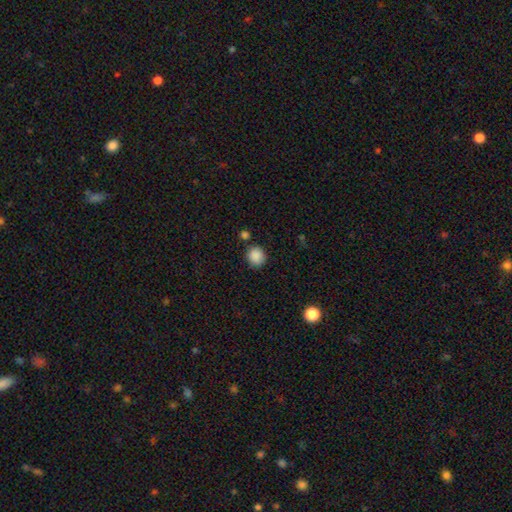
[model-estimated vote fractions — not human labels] smooth 88%, star or artifact 9%, featured or disk 3%. Down the decision tree: how rounded — round (86%); merging — none (81%).